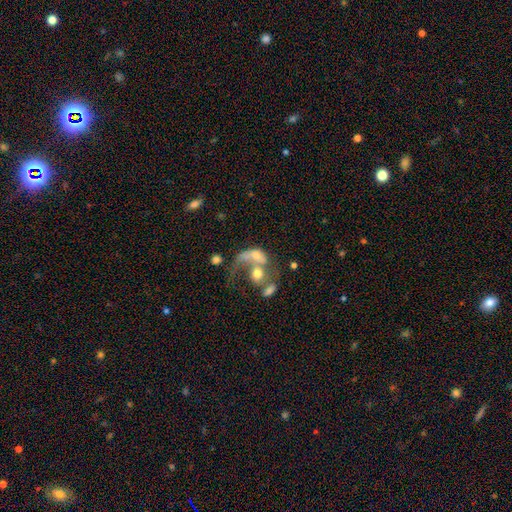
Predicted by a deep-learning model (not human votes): A featured or disk galaxy (47%). Merging: merger (57%).